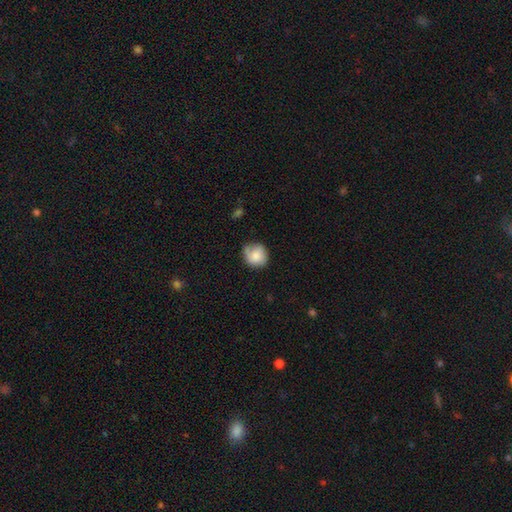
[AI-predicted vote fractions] Smooth or featured: smooth — 76% (featured or disk — 16%)
How rounded: round — 80% (in between — 19%)
Merging: none — 59% (minor disturbance — 30%)